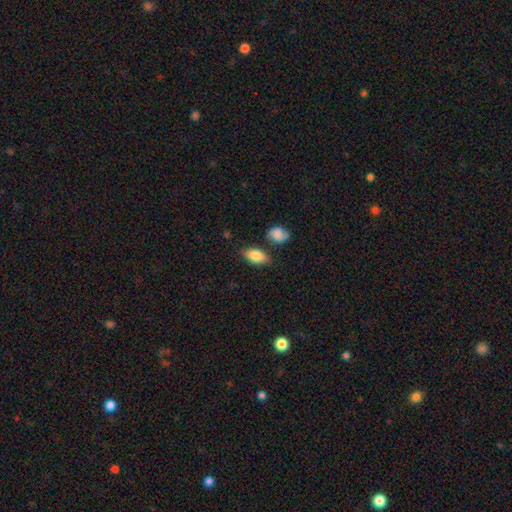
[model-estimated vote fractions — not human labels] This appears to be a smooth galaxy with no disk features (84%) that is in between round and cigar-shaped (91%). Merging: none (74%).